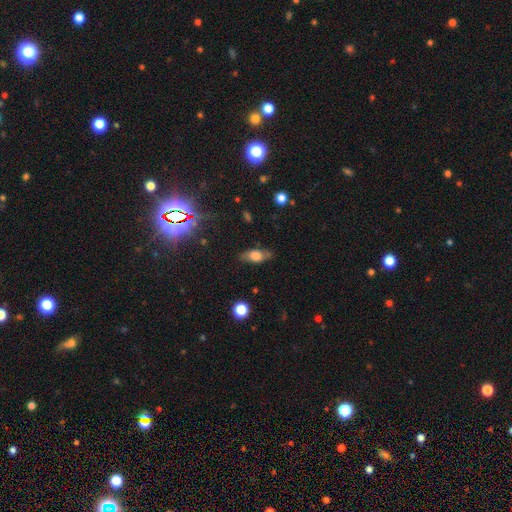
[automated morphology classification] smooth_or_featured: smooth (p=0.62) [alt: featured or disk p=0.28]
how_rounded: in between (p=0.77) [alt: cigar-shaped p=0.17]
merging: none (p=0.76) [alt: minor disturbance p=0.18]